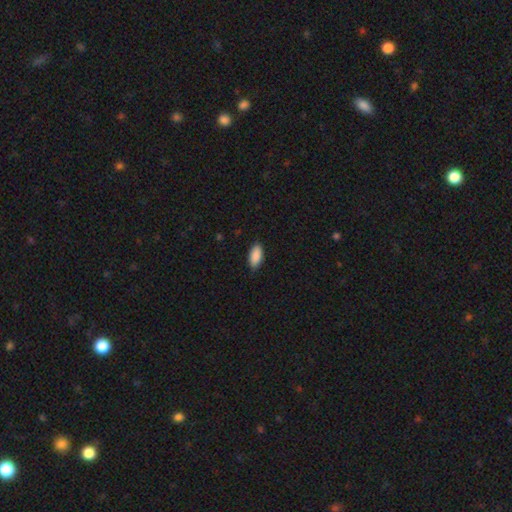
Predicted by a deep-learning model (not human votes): Q: Smooth or featured?
A: smooth (90%); runner-up: star or artifact (6%)
Q: How rounded?
A: in between (91%); runner-up: cigar-shaped (8%)
Q: Merging?
A: none (86%); runner-up: minor disturbance (11%)